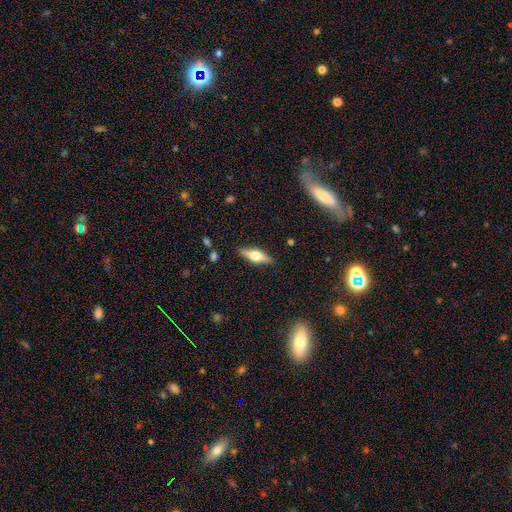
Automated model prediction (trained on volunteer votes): This appears to be a featured or disk galaxy (57%) viewed edge-on (94%) with a rounded central bulge (93%). Merging: none (87%).